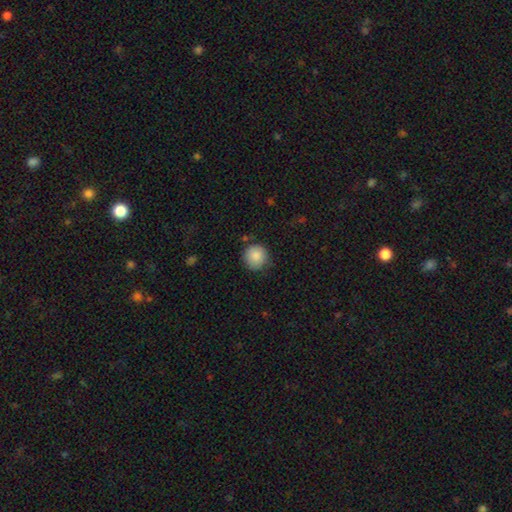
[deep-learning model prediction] Morphology: type=smooth (87%); roundness=round (93%); merging=none (79%).